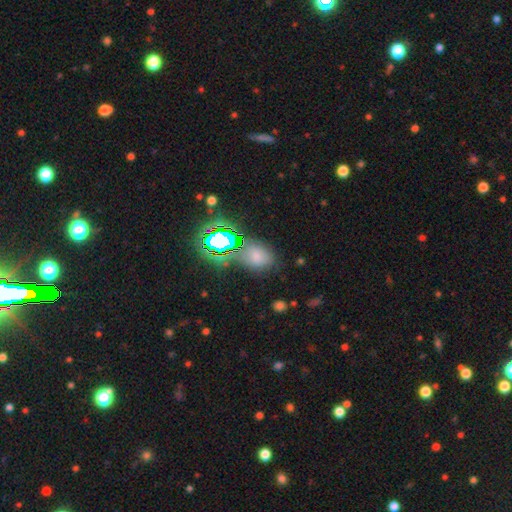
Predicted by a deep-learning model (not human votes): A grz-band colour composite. It shows a smooth galaxy with no disk features (57%) that is in between round and cigar-shaped (74%). Merging: none (68%).